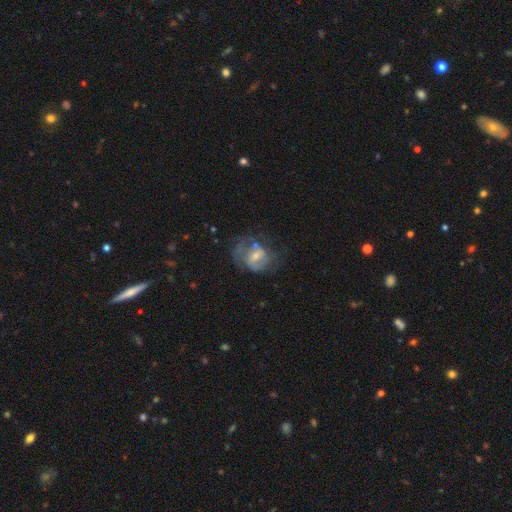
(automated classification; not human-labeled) Q: Smooth or featured?
A: featured or disk (66%); runner-up: smooth (26%)
Q: Edge-on disk?
A: no (97%); runner-up: yes (3%)
Q: Bar?
A: weak (47%); runner-up: no (39%)
Q: Spiral arms?
A: yes (65%); runner-up: no (35%)
Q: Bulge size?
A: small (52%); runner-up: moderate (38%)
Q: Merging?
A: none (40%); runner-up: major disturbance (31%)